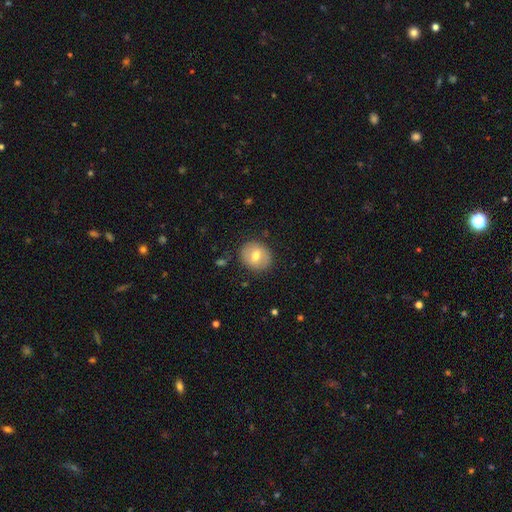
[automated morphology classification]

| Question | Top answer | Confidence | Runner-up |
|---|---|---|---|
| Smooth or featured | smooth | 64% | featured or disk (28%) |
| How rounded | round | 75% | in between (24%) |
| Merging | none | 86% | minor disturbance (10%) |